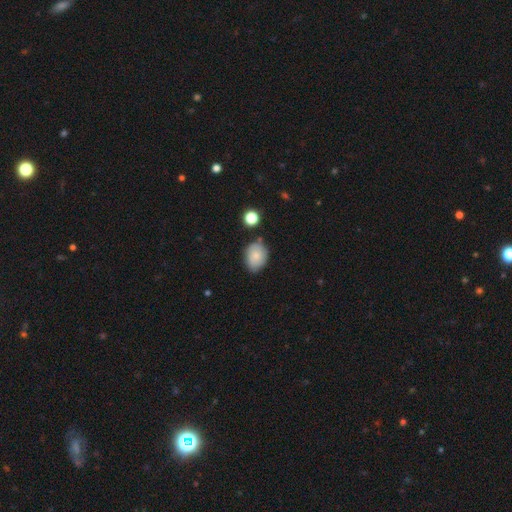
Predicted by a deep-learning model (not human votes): A smooth galaxy with no disk features (80%) that is in between round and cigar-shaped (70%).

Vote fractions:
- Smooth or featured? smooth: 80% / featured or disk: 12% / star or artifact: 8%
- How rounded? in between: 70% / round: 29% / cigar-shaped: 1%
- Merging? none: 71% / minor disturbance: 20% / merger: 5% / major disturbance: 4%